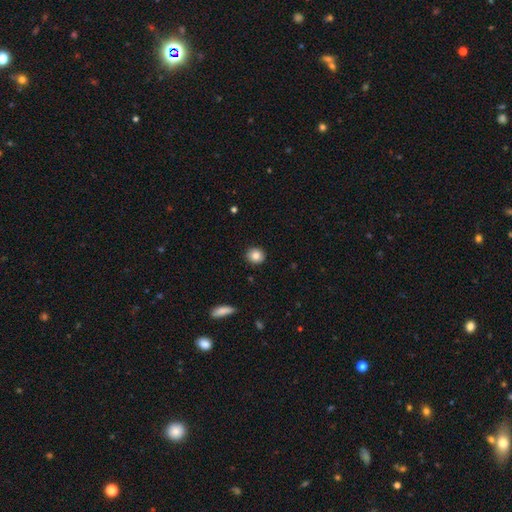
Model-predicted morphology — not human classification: smooth_or_featured: smooth (p=0.84) [alt: star or artifact p=0.09]
how_rounded: round (p=0.87) [alt: in between p=0.12]
merging: none (p=0.91) [alt: minor disturbance p=0.07]